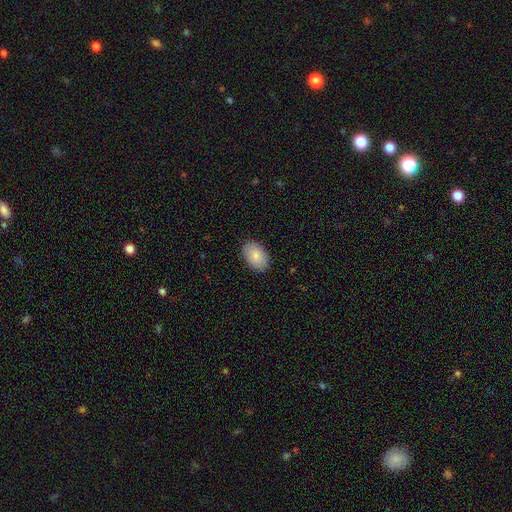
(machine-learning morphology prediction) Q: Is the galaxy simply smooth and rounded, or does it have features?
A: smooth — 85%.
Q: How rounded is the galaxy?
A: in between — 91%.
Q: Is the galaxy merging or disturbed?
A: none — 88%.